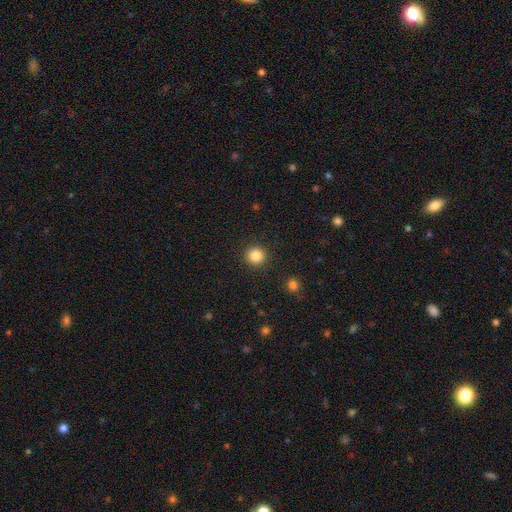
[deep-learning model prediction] Overall: smooth (85%). How rounded: round (94%). Merging: none (92%).